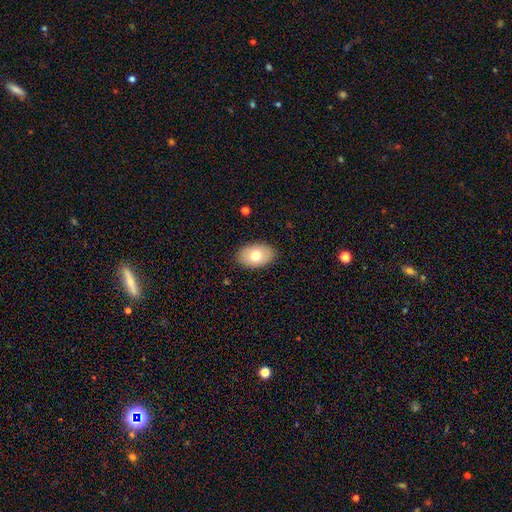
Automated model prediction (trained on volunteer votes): This is likely a smooth galaxy (73%). How rounded: clearly in between (88%). Merging: clearly none (88%).